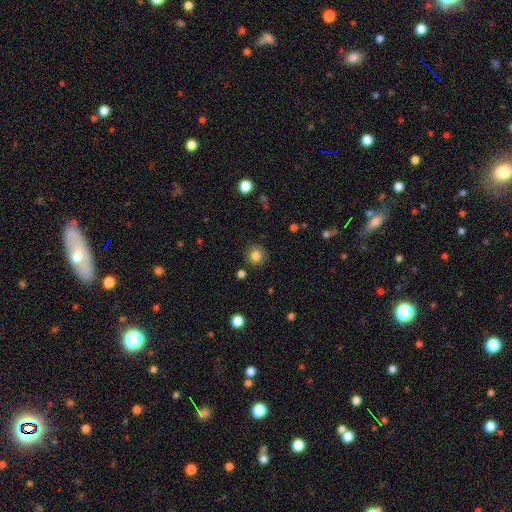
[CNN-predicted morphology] This appears to be a smooth galaxy with no disk features (83%) that is round (90%). Merging: none (86%).